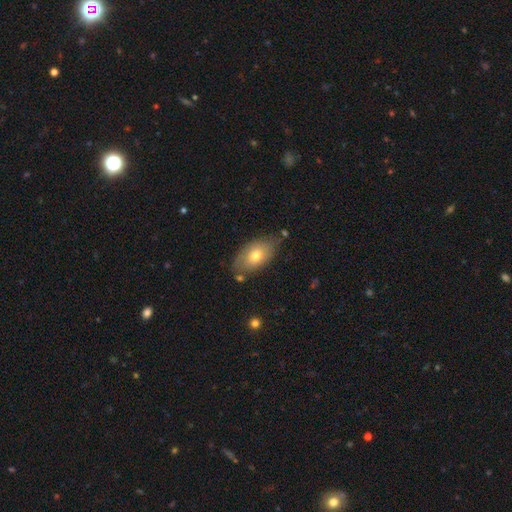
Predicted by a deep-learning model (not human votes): Smooth or featured: smooth — 70% (featured or disk — 23%)
How rounded: in between — 91% (round — 6%)
Merging: none — 71% (minor disturbance — 20%)